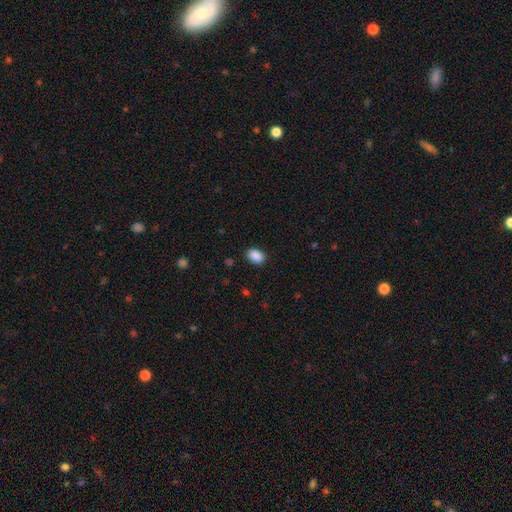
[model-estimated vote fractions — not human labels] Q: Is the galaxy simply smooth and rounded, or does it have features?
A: smooth — 89%.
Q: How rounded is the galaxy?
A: in between — 84%.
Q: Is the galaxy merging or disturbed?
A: none — 87%.